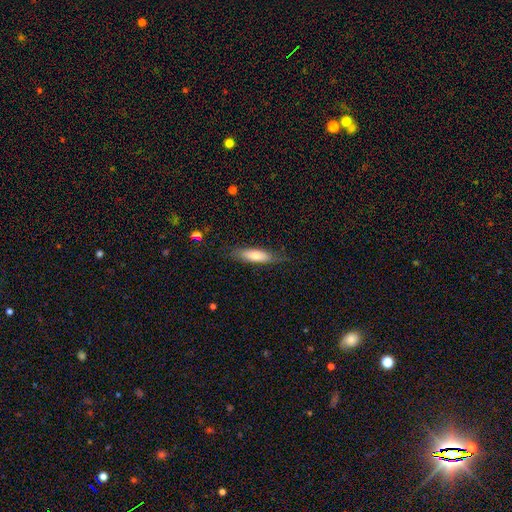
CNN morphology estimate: smooth-or-featured: smooth: 72% | featured or disk: 22% | star or artifact: 6%
  how-rounded: cigar-shaped: 52% | in between: 46% | round: 2%
  merging: none: 73% | minor disturbance: 20% | major disturbance: 5% | merger: 1%